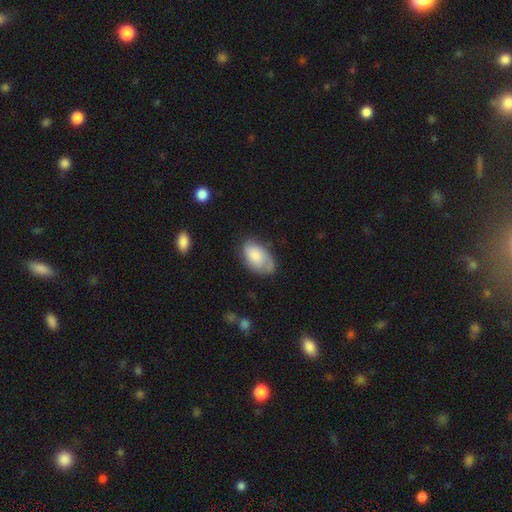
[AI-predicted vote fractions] This appears to be a smooth galaxy with no disk features (61%) that is in between round and cigar-shaped (92%). Merging: none (58%).